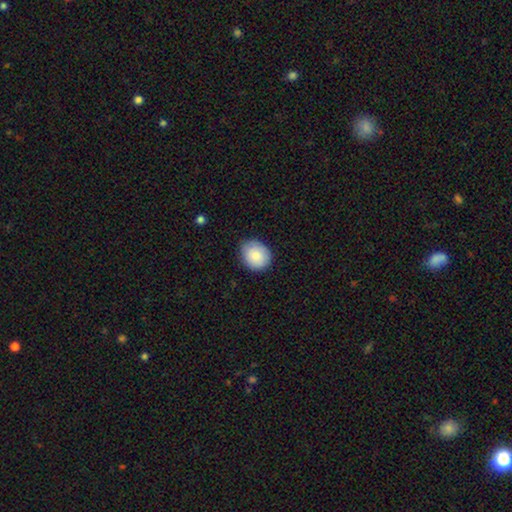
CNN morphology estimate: smooth 86%, featured or disk 7%, star or artifact 7%. Down the decision tree: how rounded — round (54%); merging — none (76%).